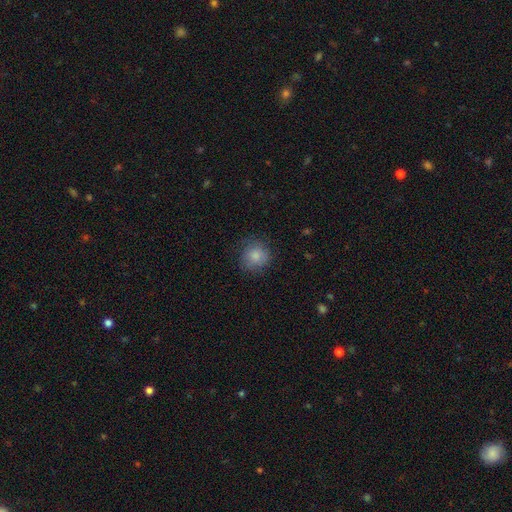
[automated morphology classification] smooth 85%, star or artifact 8%, featured or disk 7%. Down the decision tree: how rounded — round (89%); merging — none (78%).